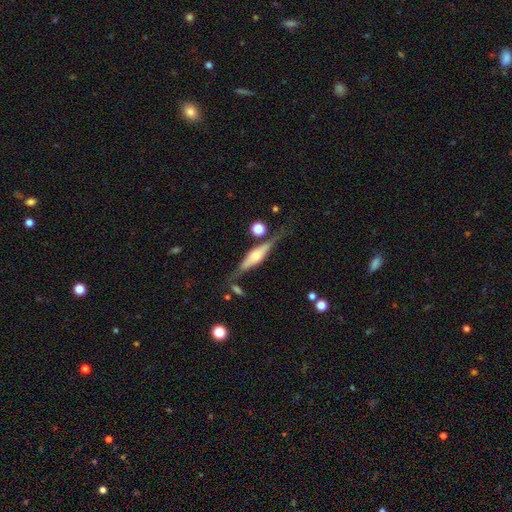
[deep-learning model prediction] A featured or disk galaxy (71%) viewed edge-on (95%) with a rounded central bulge (76%).

Vote fractions:
- Smooth or featured? featured or disk: 71% / smooth: 22% / star or artifact: 7%
- Edge-on disk? yes: 95% / no: 5%
- Edge-on bulge? rounded: 76% / boxy: 20% / none: 4%
- Merging? none: 70% / minor disturbance: 18% / major disturbance: 6% / merger: 6%